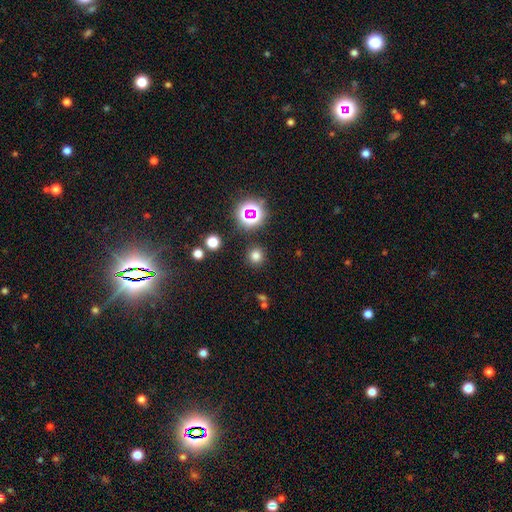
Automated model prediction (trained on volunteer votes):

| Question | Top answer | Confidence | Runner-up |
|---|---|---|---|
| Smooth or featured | smooth | 73% | star or artifact (22%) |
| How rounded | round | 94% | in between (5%) |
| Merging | none | 89% | minor disturbance (6%) |